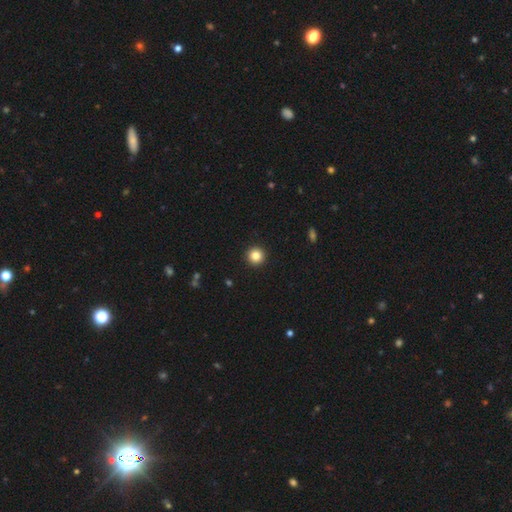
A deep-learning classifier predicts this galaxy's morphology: Smooth or featured?
  - smooth: 84% *
  - star or artifact: 11%
  - featured or disk: 5%
How rounded?
  - round: 96% *
  - in between: 3%
  - cigar-shaped: 1%
Merging?
  - none: 94% *
  - minor disturbance: 4%
  - major disturbance: 1%
  - merger: 1%